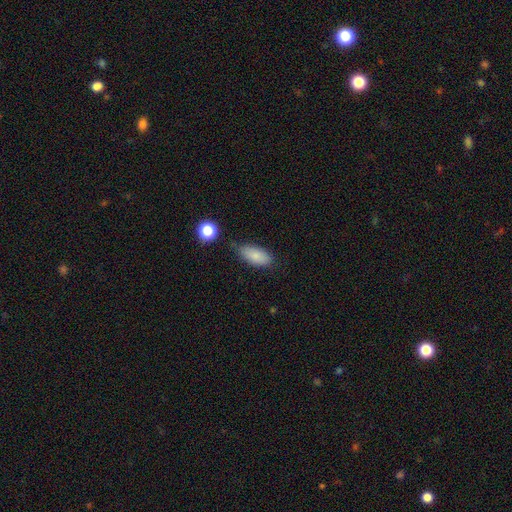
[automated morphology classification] A smooth galaxy with no disk features (83%) that is in between round and cigar-shaped (88%). Merging: none (72%).